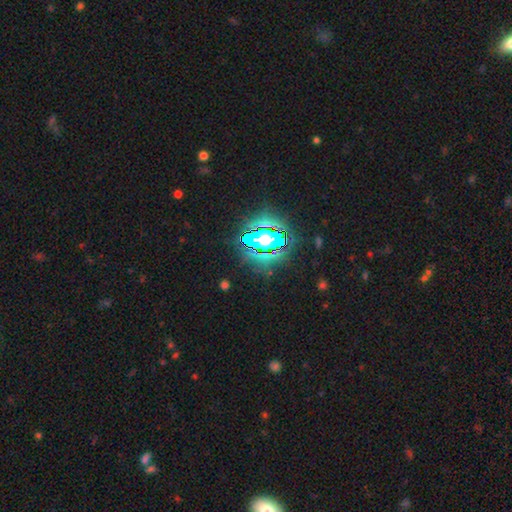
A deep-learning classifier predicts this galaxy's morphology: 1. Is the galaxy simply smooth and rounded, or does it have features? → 83% star or artifact, 10% smooth, 6% featured or disk.